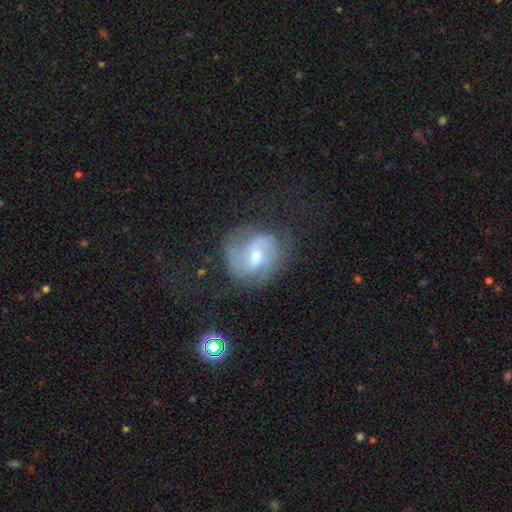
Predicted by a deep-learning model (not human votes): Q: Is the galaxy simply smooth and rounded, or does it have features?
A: featured or disk — 75%.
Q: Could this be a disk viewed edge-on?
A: no — 97%.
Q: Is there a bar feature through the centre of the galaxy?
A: weak — 52%.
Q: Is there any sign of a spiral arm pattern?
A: yes — 91%.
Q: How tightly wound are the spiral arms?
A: medium — 47%.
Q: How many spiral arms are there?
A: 2 — 73%.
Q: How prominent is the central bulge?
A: moderate — 55%.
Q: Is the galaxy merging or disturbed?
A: none — 63%.